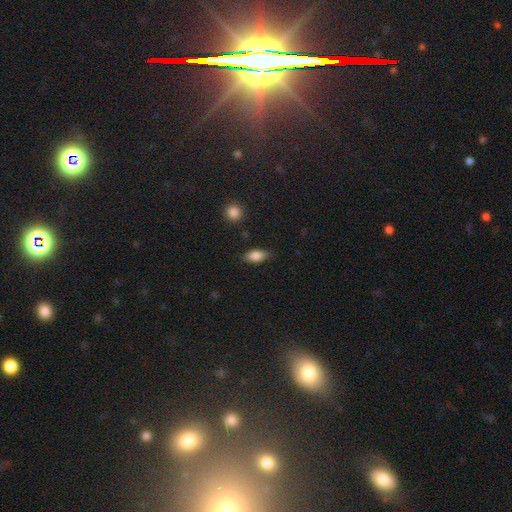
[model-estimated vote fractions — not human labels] smooth_or_featured: smooth (p=0.83) [alt: featured or disk p=0.09]
how_rounded: in between (p=0.86) [alt: cigar-shaped p=0.10]
merging: none (p=0.84) [alt: minor disturbance p=0.12]